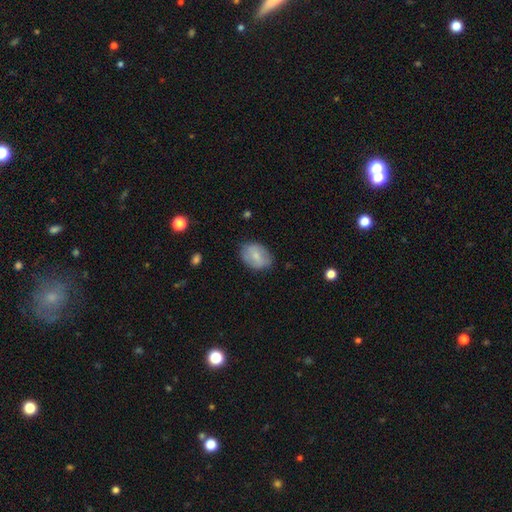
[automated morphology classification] A smooth galaxy with no disk features (68%) that is in between round and cigar-shaped (79%).

Vote fractions:
- Smooth or featured? smooth: 68% / featured or disk: 25% / star or artifact: 7%
- How rounded? in between: 79% / round: 20% / cigar-shaped: 1%
- Merging? none: 79% / minor disturbance: 16% / major disturbance: 4% / merger: 1%